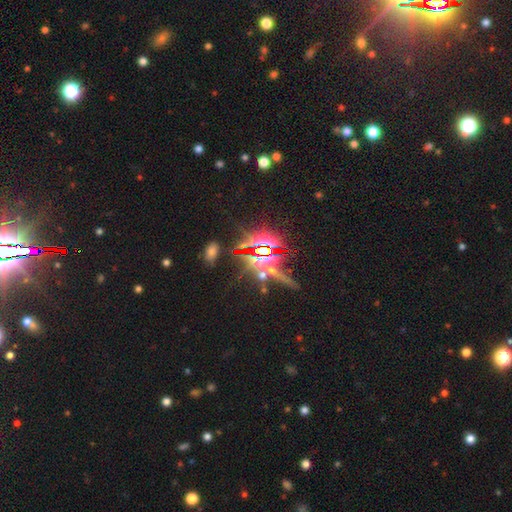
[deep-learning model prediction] This appears to be a star or artifact, not a galaxy (85%).